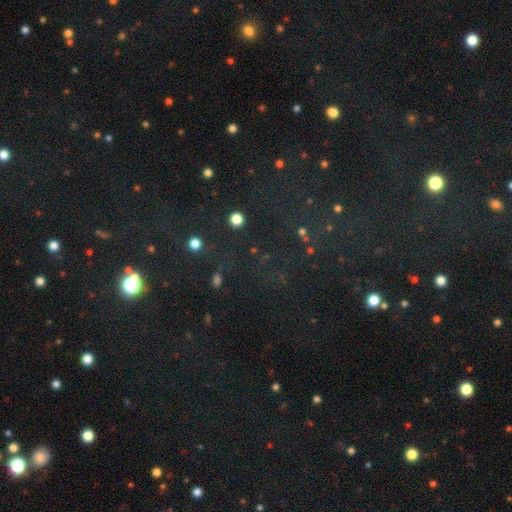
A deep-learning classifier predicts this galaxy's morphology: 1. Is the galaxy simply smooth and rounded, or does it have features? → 75% star or artifact, 17% smooth, 8% featured or disk.